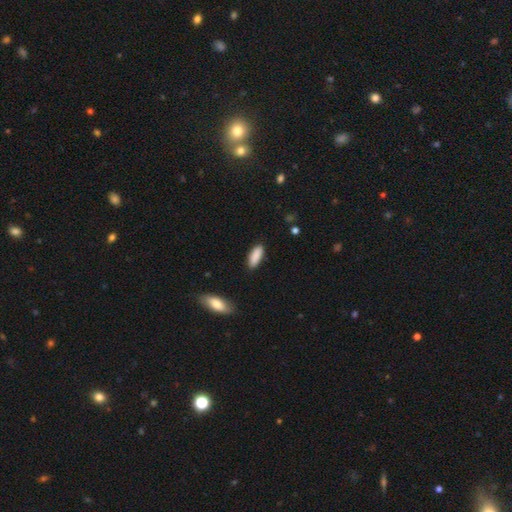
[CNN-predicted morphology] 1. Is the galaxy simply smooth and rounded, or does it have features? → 89% smooth, 6% star or artifact, 5% featured or disk.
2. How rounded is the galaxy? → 69% in between, 29% cigar-shaped, 2% round.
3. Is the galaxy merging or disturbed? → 86% none, 11% minor disturbance, 2% major disturbance, 2% merger.